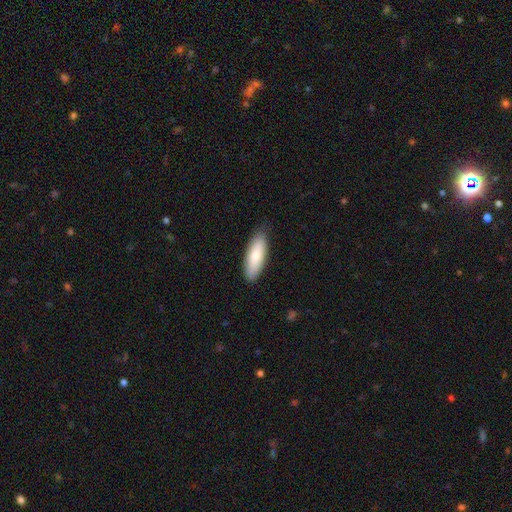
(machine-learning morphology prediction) smooth-or-featured: smooth: 80% | featured or disk: 15% | star or artifact: 5%
  how-rounded: in between: 62% | cigar-shaped: 36% | round: 2%
  merging: none: 86% | minor disturbance: 11% | major disturbance: 2% | merger: 1%